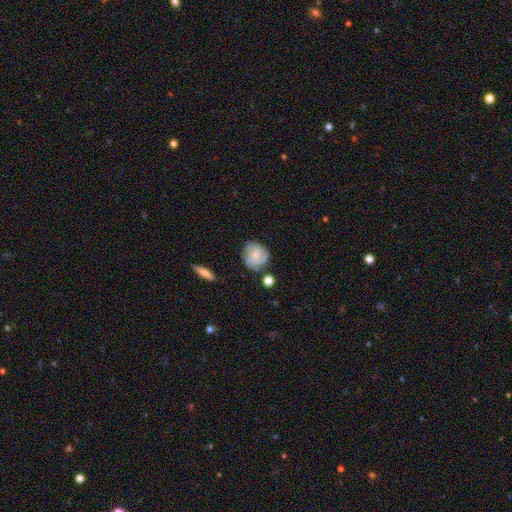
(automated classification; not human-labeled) A featured or disk galaxy (48%). Merging: none (65%).